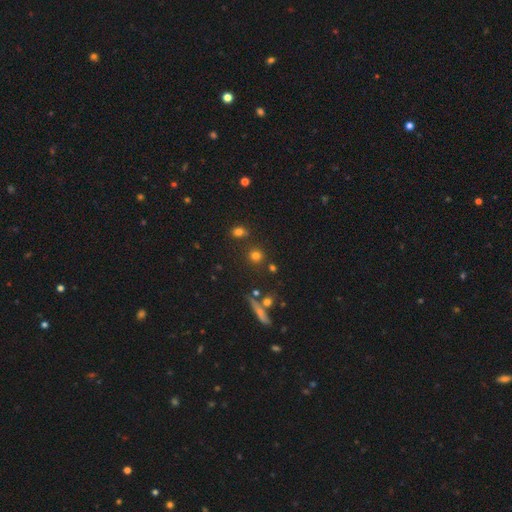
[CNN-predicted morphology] type=smooth (72%); roundness=round (88%); merging=none (78%).